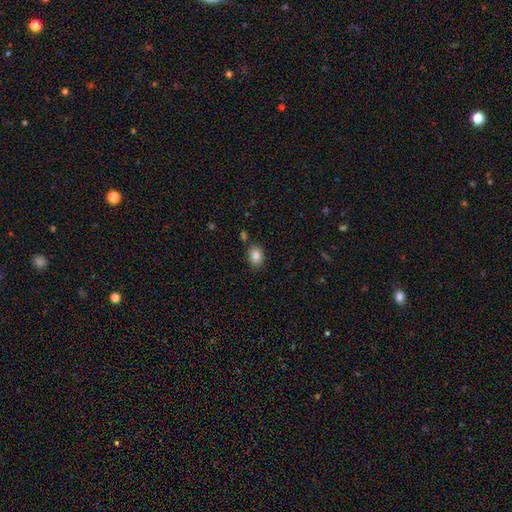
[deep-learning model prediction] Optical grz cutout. It shows a smooth galaxy with no disk features (84%) that is in between round and cigar-shaped (67%). Merging: none (77%).